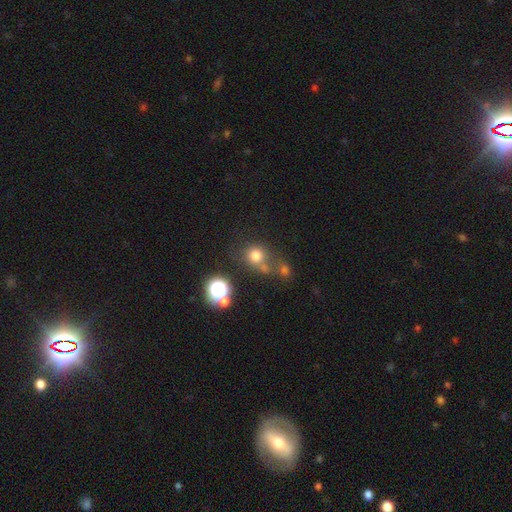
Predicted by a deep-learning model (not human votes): The model was most divided on "merging": none: 58%, merger: 20%, minor disturbance: 14%, major disturbance: 8%. More confident: how rounded — round (87%); smooth or featured — smooth (73%).